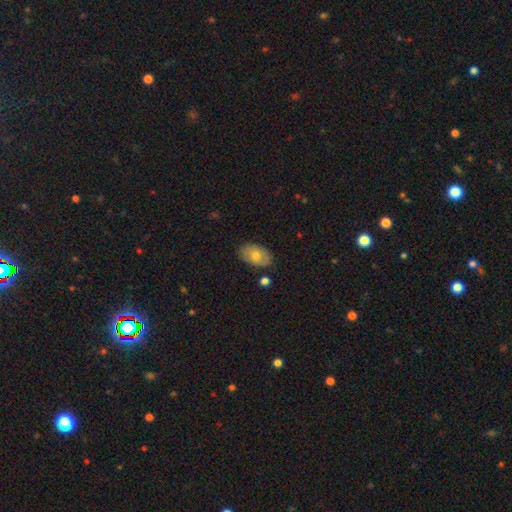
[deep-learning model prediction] Q: Smooth or featured?
A: smooth (65%); runner-up: featured or disk (29%)
Q: How rounded?
A: in between (89%); runner-up: round (10%)
Q: Merging?
A: none (78%); runner-up: minor disturbance (16%)